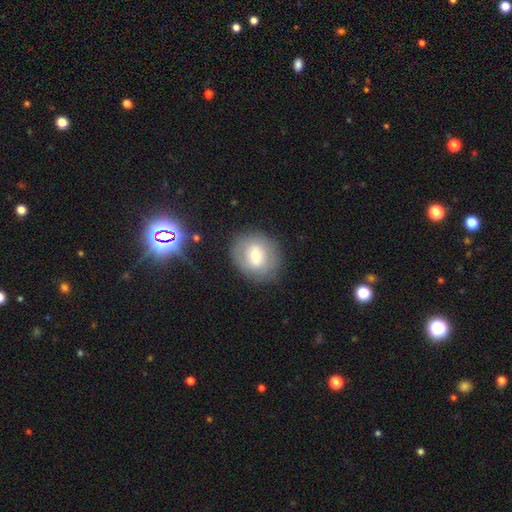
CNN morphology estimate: Q: Smooth or featured?
A: smooth (51%); runner-up: featured or disk (39%)
Q: How rounded?
A: round (69%); runner-up: in between (30%)
Q: Merging?
A: none (81%); runner-up: minor disturbance (13%)